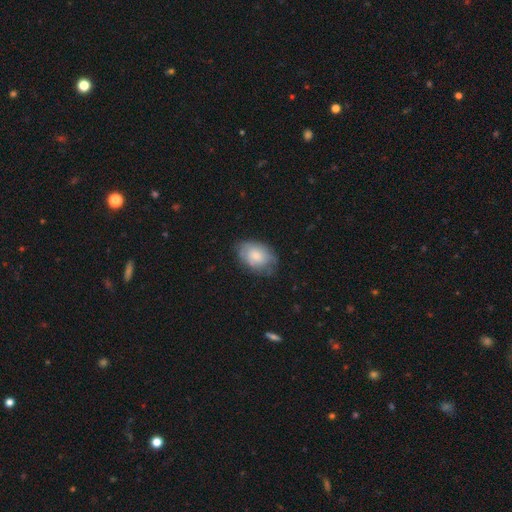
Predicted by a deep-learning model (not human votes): smooth 70%, featured or disk 23%, star or artifact 7%. Down the decision tree: how rounded — in between (85%); merging — none (66%).